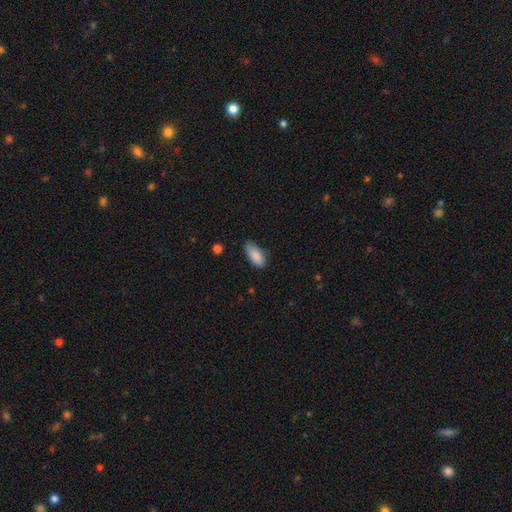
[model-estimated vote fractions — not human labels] The model was most divided on "merging": none: 68%, minor disturbance: 26%, major disturbance: 4%, merger: 2%. More confident: smooth or featured — smooth (88%); how rounded — in between (86%).